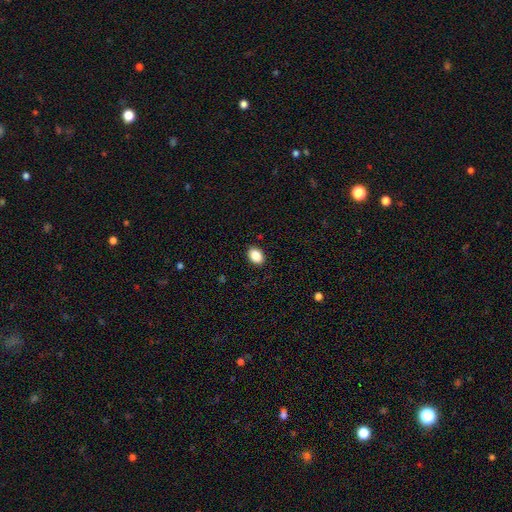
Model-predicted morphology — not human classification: Smooth or featured: smooth — 88% (star or artifact — 8%)
How rounded: in between — 80% (round — 19%)
Merging: none — 89% (minor disturbance — 8%)